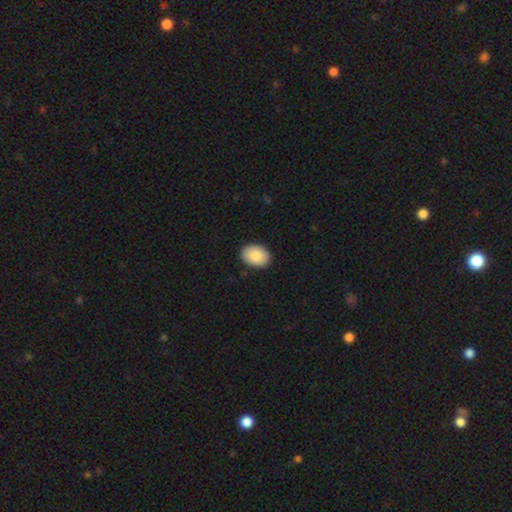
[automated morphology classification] Overall: smooth (88%). How rounded: in between (80%). Merging: none (90%).